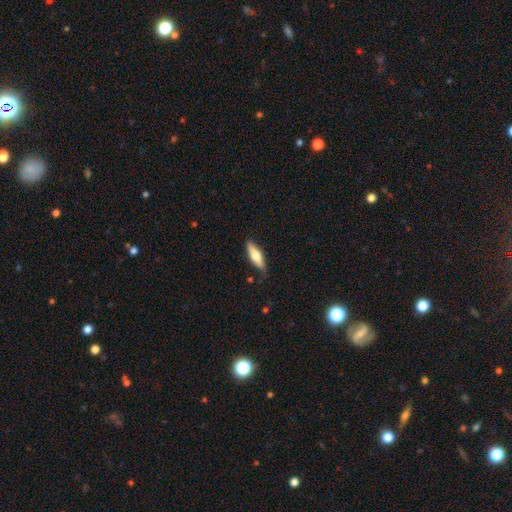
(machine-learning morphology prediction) Smooth or featured? smooth (60%)
How rounded? cigar-shaped (51%)
Merging? none (83%)